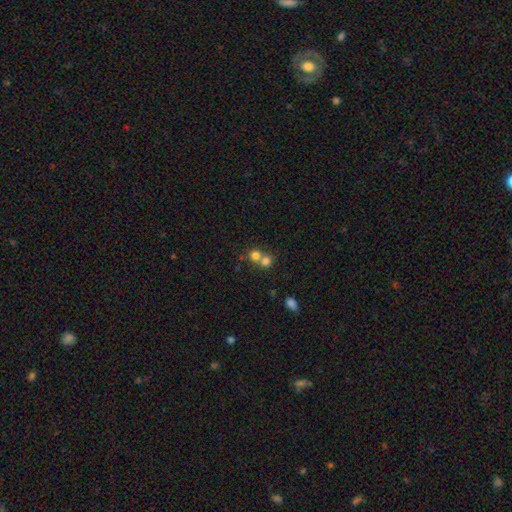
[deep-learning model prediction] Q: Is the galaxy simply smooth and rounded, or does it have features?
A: smooth — 75%.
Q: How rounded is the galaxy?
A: round — 84%.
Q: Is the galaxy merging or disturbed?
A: merger — 57%.